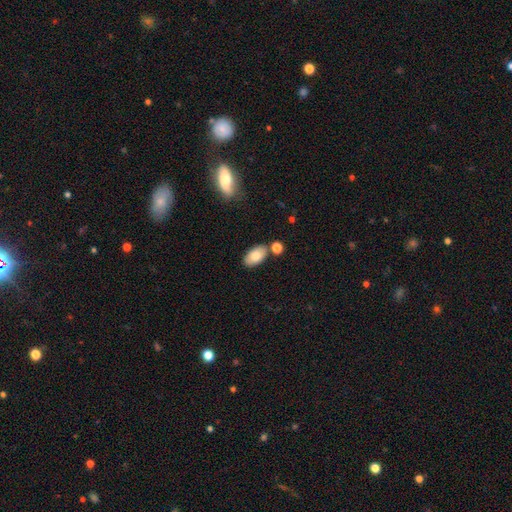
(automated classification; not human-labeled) smooth_or_featured: smooth (p=0.79) [alt: featured or disk p=0.14]
how_rounded: in between (p=0.93) [alt: round p=0.05]
merging: none (p=0.75) [alt: minor disturbance p=0.12]